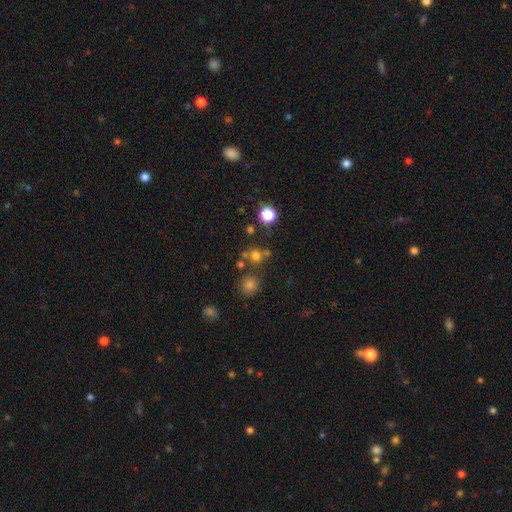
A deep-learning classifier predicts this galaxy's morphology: Smooth or featured?
  - star or artifact: 42% *
  - smooth: 41%
  - featured or disk: 18%